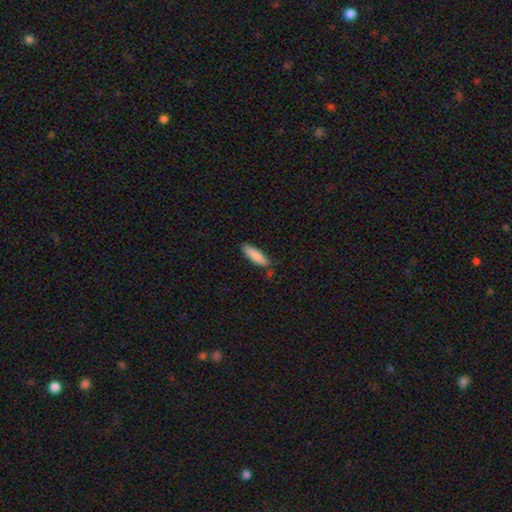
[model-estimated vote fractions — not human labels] Smooth or featured?
  - smooth: 85% *
  - featured or disk: 9%
  - star or artifact: 6%
How rounded?
  - cigar-shaped: 65% *
  - in between: 34%
  - round: 1%
Merging?
  - none: 78% *
  - minor disturbance: 16%
  - merger: 3%
  - major disturbance: 3%